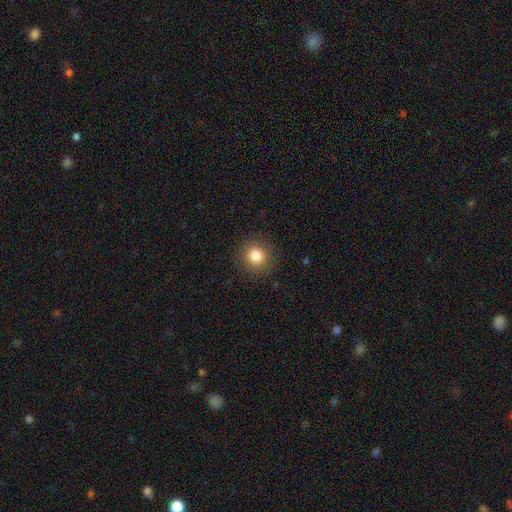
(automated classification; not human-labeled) Smooth or featured? smooth (83%)
How rounded? round (91%)
Merging? none (90%)